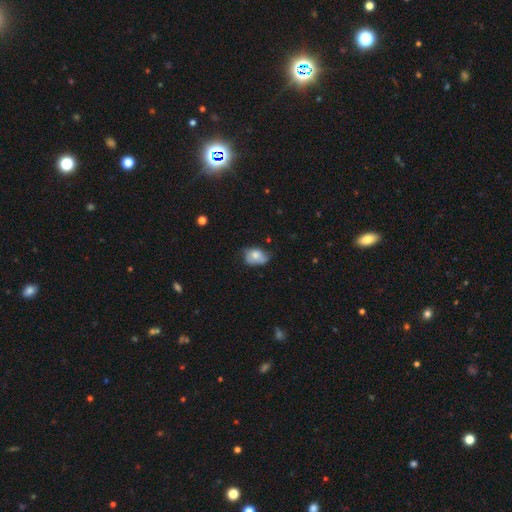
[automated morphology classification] The model was most divided on "merging": none: 44%, minor disturbance: 40%, major disturbance: 13%, merger: 3%. More confident: how rounded — in between (78%); smooth or featured — smooth (68%).